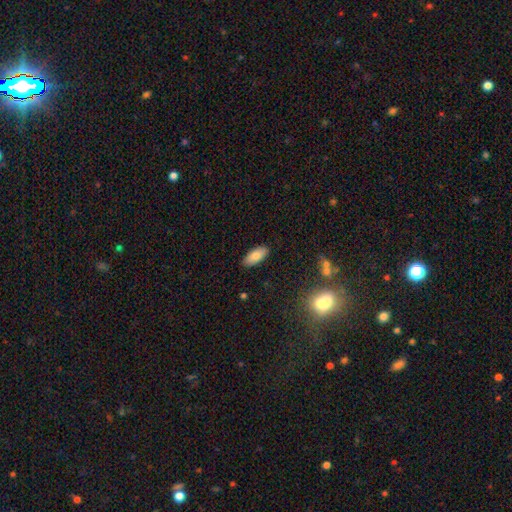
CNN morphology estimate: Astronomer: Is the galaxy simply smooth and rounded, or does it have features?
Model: smooth — 81%.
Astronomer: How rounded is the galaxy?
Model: in between — 87%.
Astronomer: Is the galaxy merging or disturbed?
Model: none — 88%.